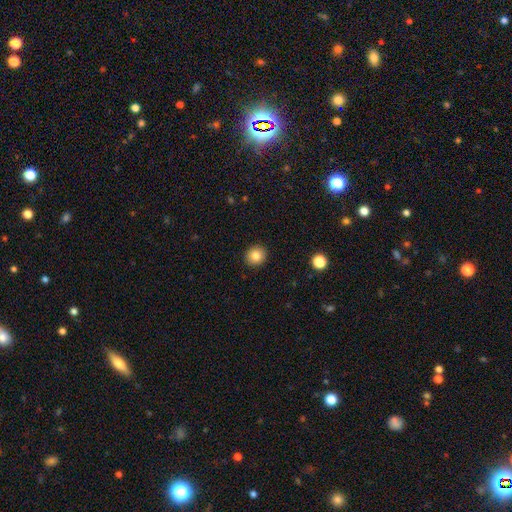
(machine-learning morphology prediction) Smooth or featured? smooth (83%)
How rounded? round (84%)
Merging? none (92%)